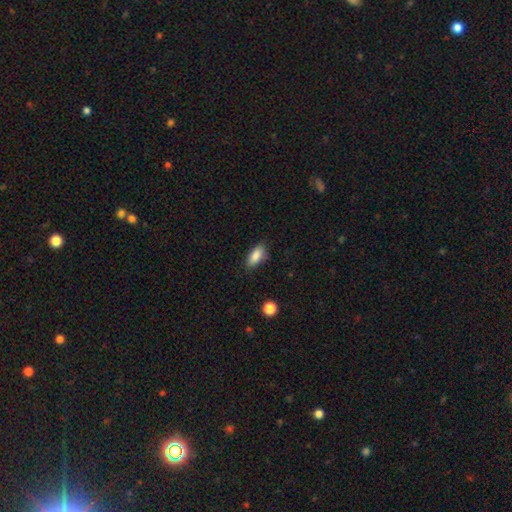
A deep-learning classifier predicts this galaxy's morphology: Overall: smooth (86%). How rounded: in between (85%). Merging: none (83%).